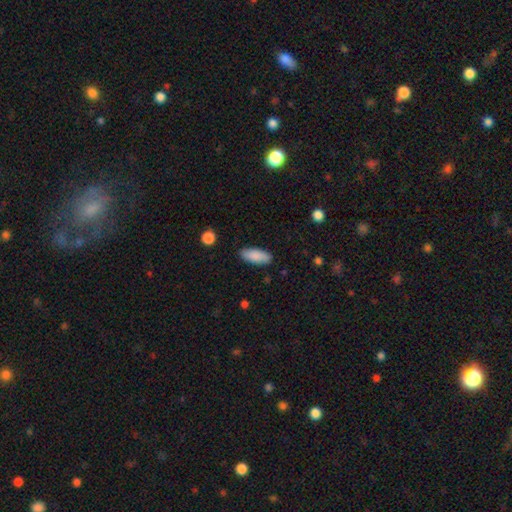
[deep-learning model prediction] Morphology: type=smooth (88%); roundness=in between (79%); merging=none (87%).